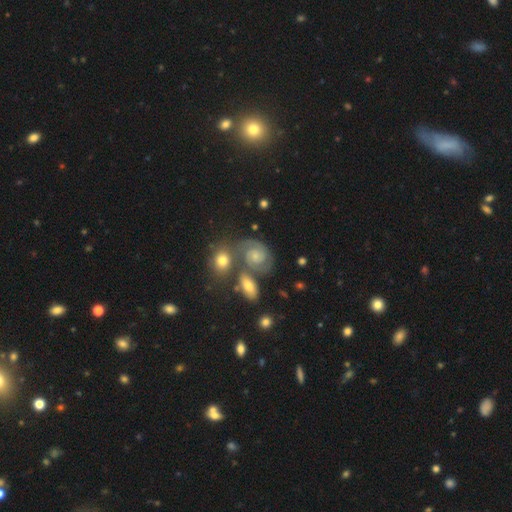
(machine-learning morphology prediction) smooth-or-featured: featured or disk: 79% | smooth: 14% | star or artifact: 8%
  disk-edge-on: no: 97% | yes: 3%
    bar: no: 70% | weak: 25% | strong: 5%
    has-spiral-arms: yes: 96% | no: 4%
      spiral-winding: tight: 53% | medium: 39% | loose: 8%
      spiral-arm-count: 2: 79% | can't tell: 8% | 3: 6% | 1: 3% | 4: 2% | more than 4: 2%
    bulge-size: small: 63% | moderate: 27% | none: 6% | large: 3% | dominant: 2%
  merging: none: 55% | merger: 21% | minor disturbance: 16% | major disturbance: 8%